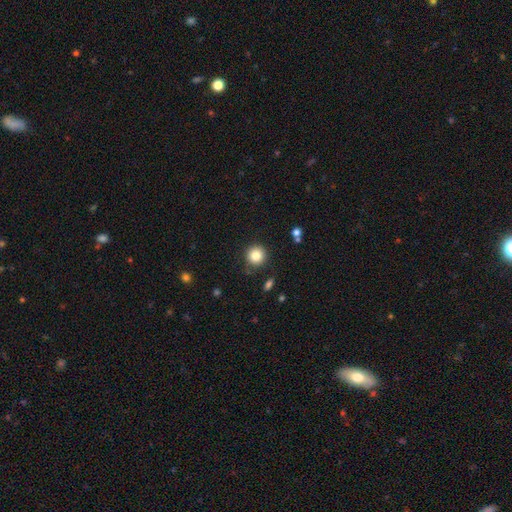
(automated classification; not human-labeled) Morphology: type=smooth (83%); roundness=round (94%); merging=none (87%).